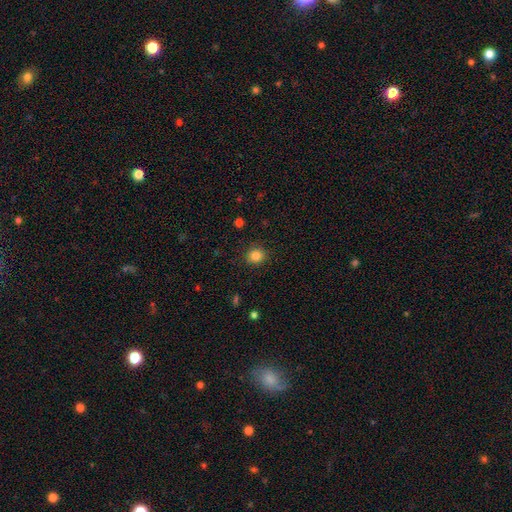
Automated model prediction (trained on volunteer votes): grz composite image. It shows a smooth galaxy with no disk features (84%) that is round (87%). Merging: none (90%).